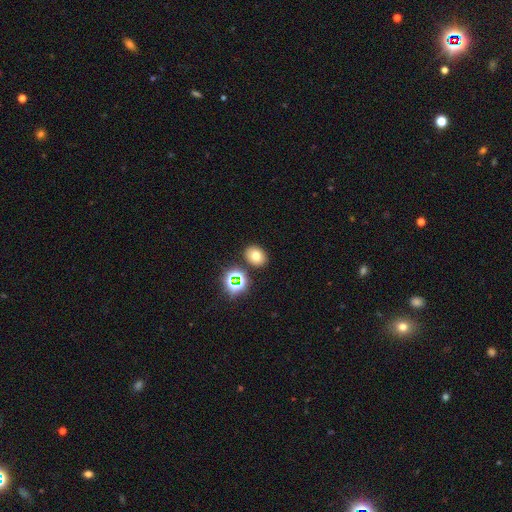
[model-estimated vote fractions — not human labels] Q: Smooth or featured?
A: smooth (69%); runner-up: star or artifact (19%)
Q: How rounded?
A: in between (57%); runner-up: round (42%)
Q: Merging?
A: none (83%); runner-up: minor disturbance (8%)